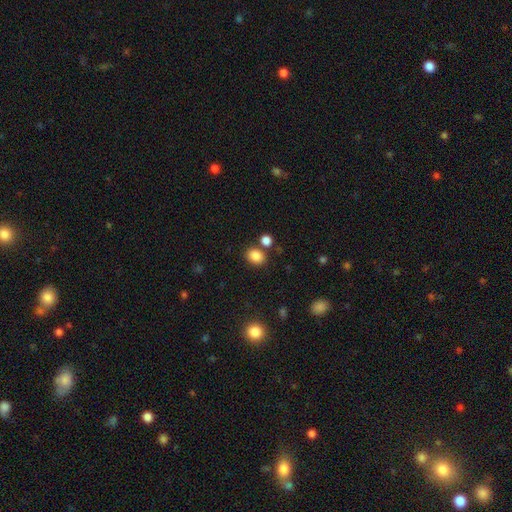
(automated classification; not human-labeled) Smooth or featured?
  - smooth: 85% *
  - star or artifact: 11%
  - featured or disk: 4%
How rounded?
  - in between: 54% *
  - round: 45%
  - cigar-shaped: 1%
Merging?
  - none: 74% *
  - merger: 12%
  - minor disturbance: 10%
  - major disturbance: 4%